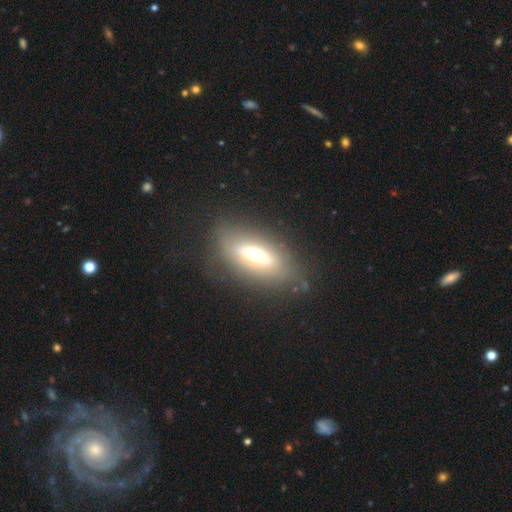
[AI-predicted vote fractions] Smooth or featured? smooth (48%)
Merging? none (76%)